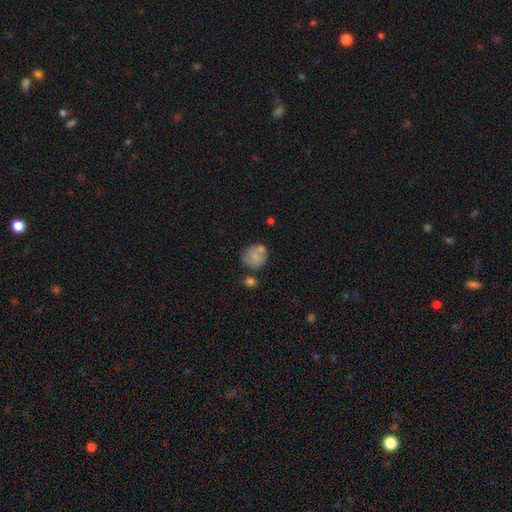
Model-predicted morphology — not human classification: Smooth or featured? smooth (71%)
How rounded? round (72%)
Merging? none (52%)